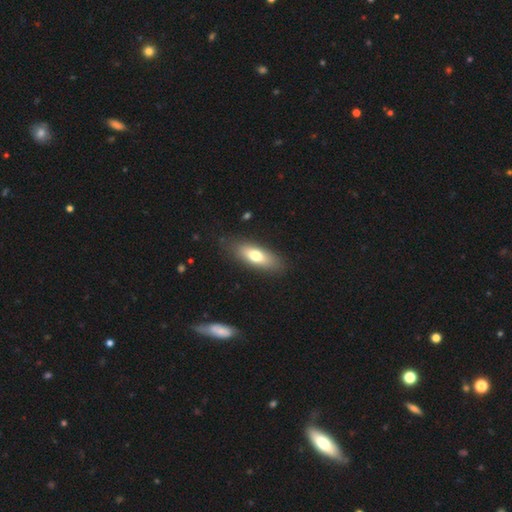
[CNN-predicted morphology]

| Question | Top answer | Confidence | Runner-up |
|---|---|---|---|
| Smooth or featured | smooth | 69% | featured or disk (24%) |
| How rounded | in between | 66% | cigar-shaped (32%) |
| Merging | none | 83% | minor disturbance (12%) |